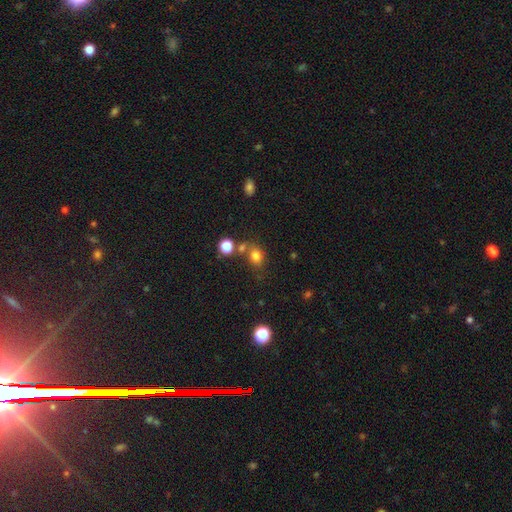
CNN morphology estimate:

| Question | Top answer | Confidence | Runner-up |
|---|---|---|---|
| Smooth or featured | smooth | 78% | star or artifact (15%) |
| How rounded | round | 56% | in between (43%) |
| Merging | none | 60% | merger (21%) |